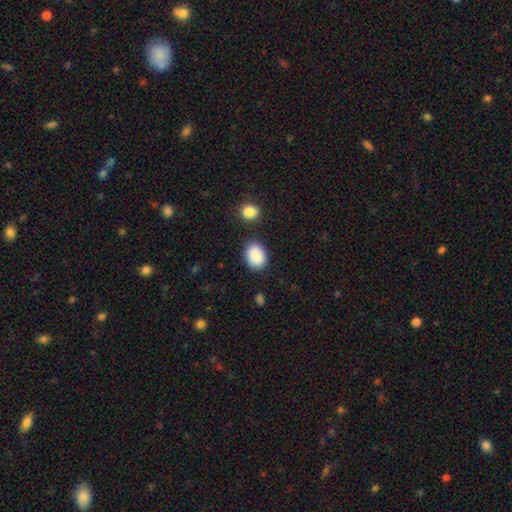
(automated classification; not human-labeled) Overall: smooth (88%). How rounded: in between (64%; round 35%). Merging: none (79%).